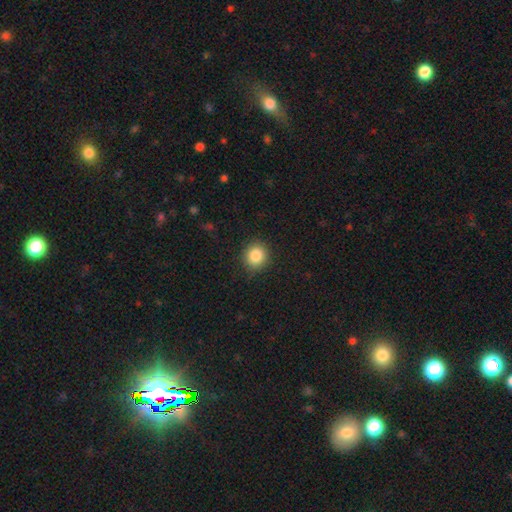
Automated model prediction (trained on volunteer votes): Q: Smooth or featured?
A: smooth (85%); runner-up: star or artifact (10%)
Q: How rounded?
A: round (88%); runner-up: in between (11%)
Q: Merging?
A: none (88%); runner-up: minor disturbance (9%)